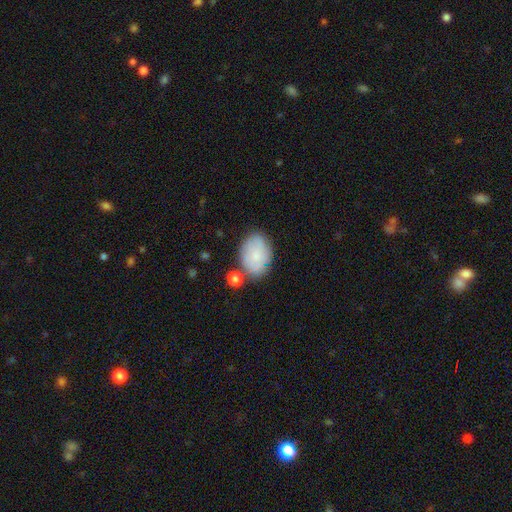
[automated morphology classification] smooth_or_featured: smooth (p=0.64) [alt: featured or disk p=0.28]
how_rounded: in between (p=0.80) [alt: round p=0.18]
merging: none (p=0.63) [alt: minor disturbance p=0.21]